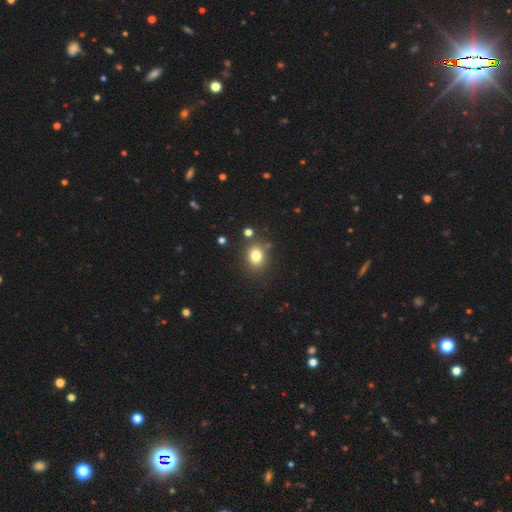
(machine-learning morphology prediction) type=smooth (80%); roundness=round (50%); merging=none (80%).